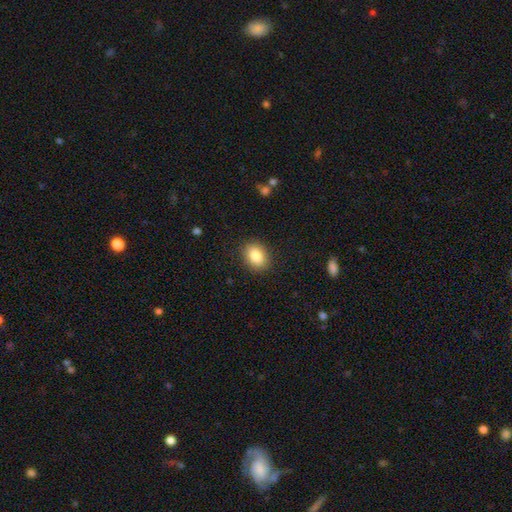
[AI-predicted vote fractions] This appears to be a smooth galaxy with no disk features (84%) that is in between round and cigar-shaped (67%). Merging: none (88%).